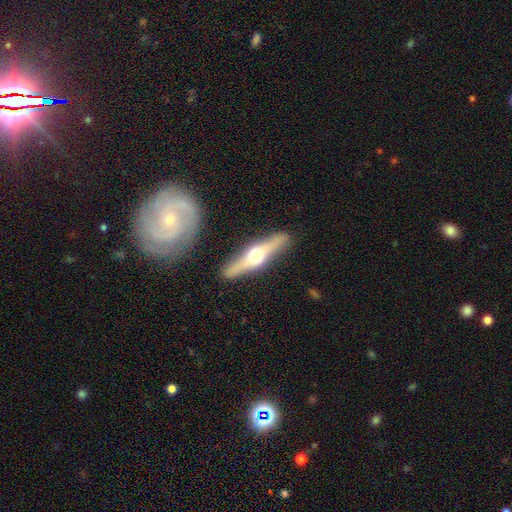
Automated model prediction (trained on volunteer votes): This appears to be a featured or disk galaxy (67%) viewed edge-on (93%) with a rounded central bulge (95%). Merging: none (89%).